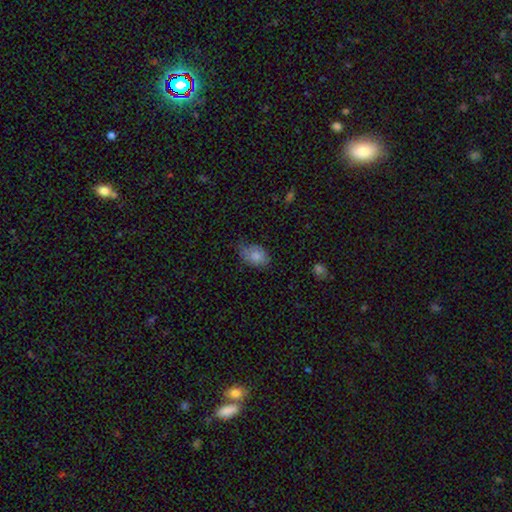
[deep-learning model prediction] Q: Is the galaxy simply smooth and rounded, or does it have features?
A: smooth — 81%.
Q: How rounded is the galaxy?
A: in between — 85%.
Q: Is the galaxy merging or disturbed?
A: none — 48%.